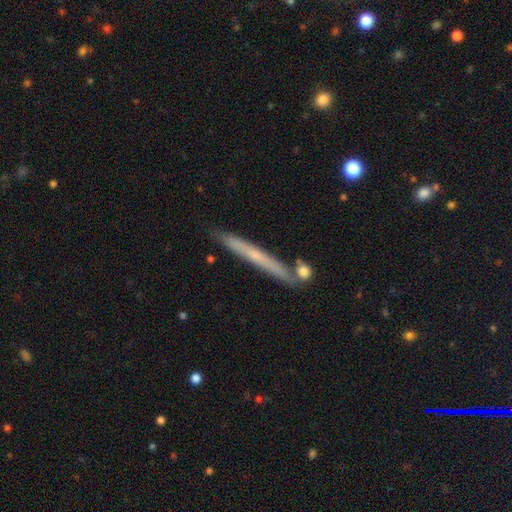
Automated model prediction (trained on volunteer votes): This is possibly a featured or disk galaxy (50%). It is clearly viewed edge-on (94%). Merging: clearly none (81%).